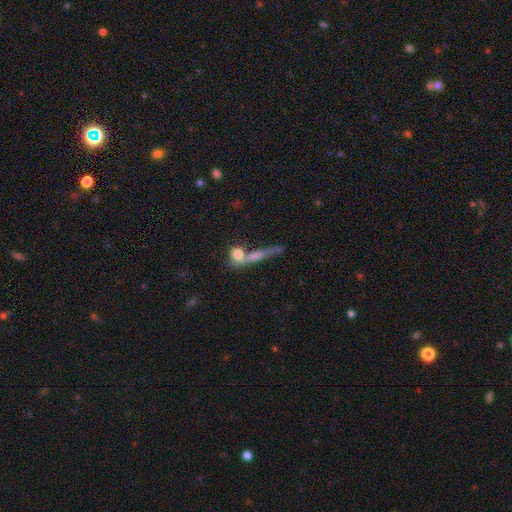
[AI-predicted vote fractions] The model was most divided on "merging": none: 42%, merger: 36%, minor disturbance: 12%, major disturbance: 10%. Remaining: smooth or featured — smooth (48%).